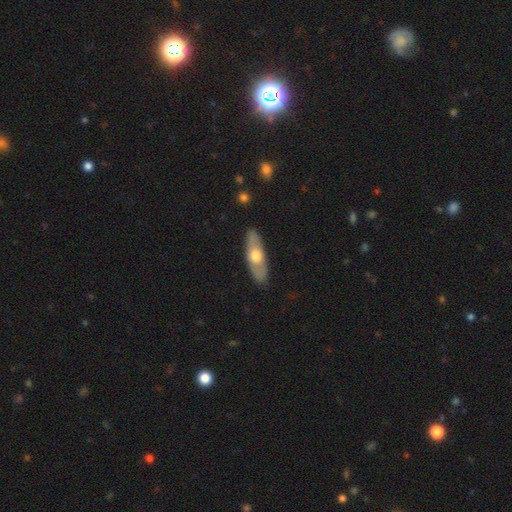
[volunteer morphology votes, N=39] type=featured or disk (64%); edge-on=no (56%); bar=no (100%); spiral arms=no (79%); bulge=moderate (86%); merging=none (92%).